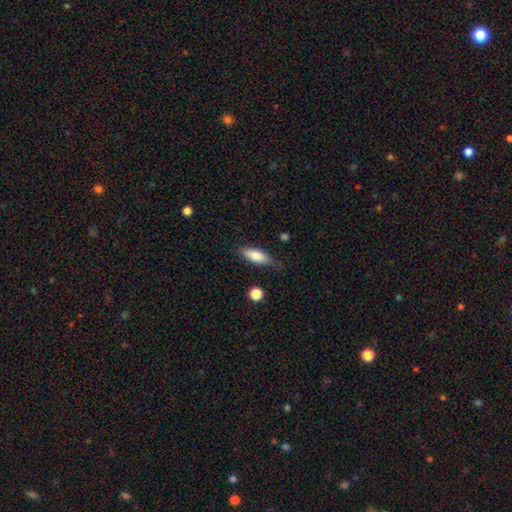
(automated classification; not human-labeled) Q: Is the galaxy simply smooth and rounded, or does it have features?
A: smooth — 81%.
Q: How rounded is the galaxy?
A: in between — 69%.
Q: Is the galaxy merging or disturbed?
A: none — 76%.